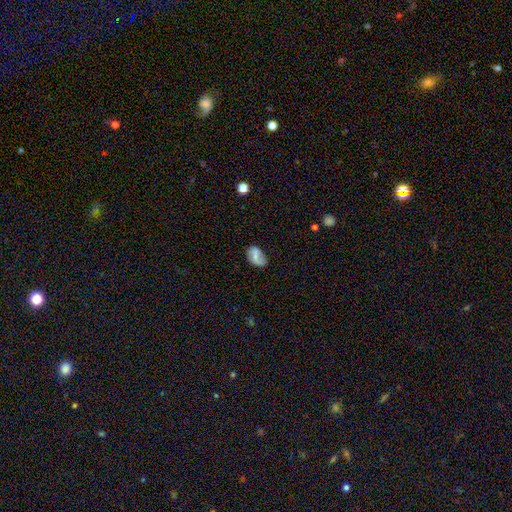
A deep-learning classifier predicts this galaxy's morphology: smooth_or_featured: smooth (p=0.53) [alt: featured or disk p=0.38]
how_rounded: in between (p=0.87) [alt: round p=0.11]
merging: none (p=0.57) [alt: minor disturbance p=0.28]